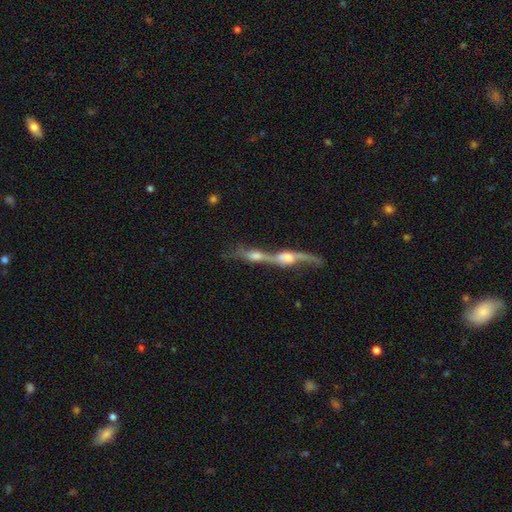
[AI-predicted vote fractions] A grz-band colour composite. It shows a featured or disk galaxy (58%) viewed edge-on (53%). Merging: merger (78%).